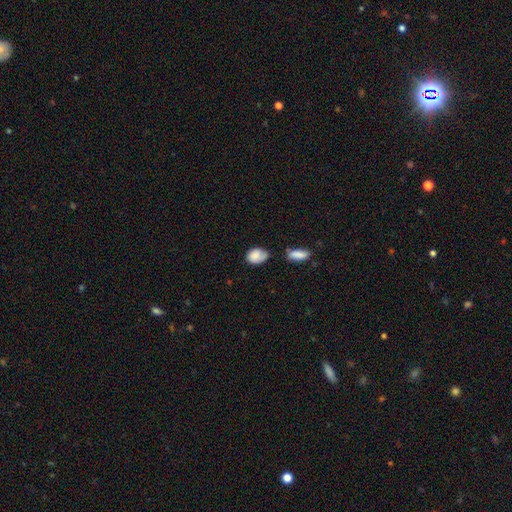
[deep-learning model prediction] Smooth or featured?
  - smooth: 83% *
  - featured or disk: 10%
  - star or artifact: 7%
How rounded?
  - in between: 76% *
  - round: 23%
  - cigar-shaped: 2%
Merging?
  - none: 45% *
  - minor disturbance: 35%
  - major disturbance: 10%
  - merger: 10%